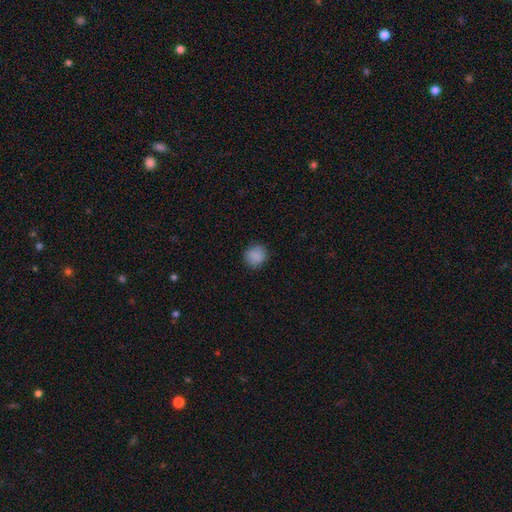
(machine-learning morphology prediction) A smooth galaxy with no disk features (88%) that is round (88%). Merging: none (88%).